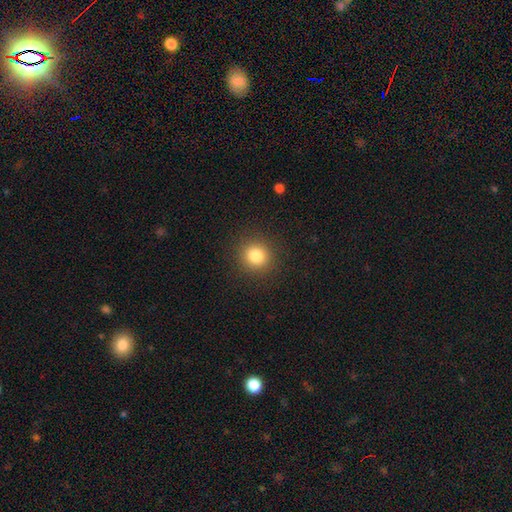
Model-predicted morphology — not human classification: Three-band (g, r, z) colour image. It shows a smooth galaxy with no disk features (82%) that is round (89%). Merging: none (90%).